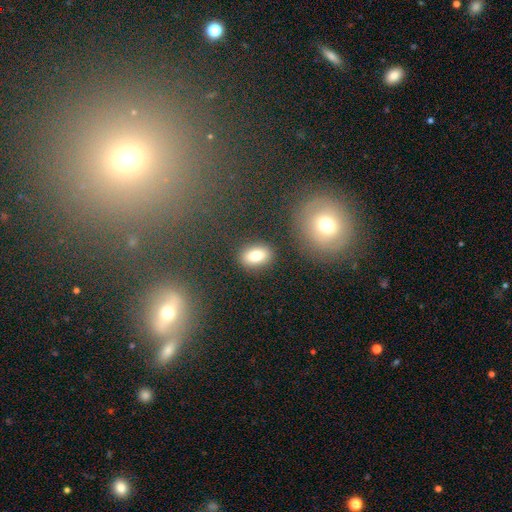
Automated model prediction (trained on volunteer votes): The model was most divided on "how rounded": in between: 80%, round: 17%, cigar-shaped: 3%. More confident: merging — none (84%); smooth or featured — smooth (80%).